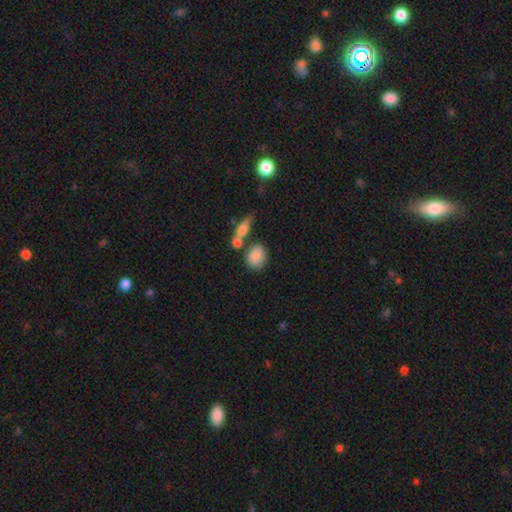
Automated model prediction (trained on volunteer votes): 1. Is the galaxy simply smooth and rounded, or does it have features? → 85% smooth, 8% featured or disk, 7% star or artifact.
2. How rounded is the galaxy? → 54% in between, 43% round, 3% cigar-shaped.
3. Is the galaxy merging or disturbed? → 56% none, 26% merger, 13% minor disturbance, 5% major disturbance.